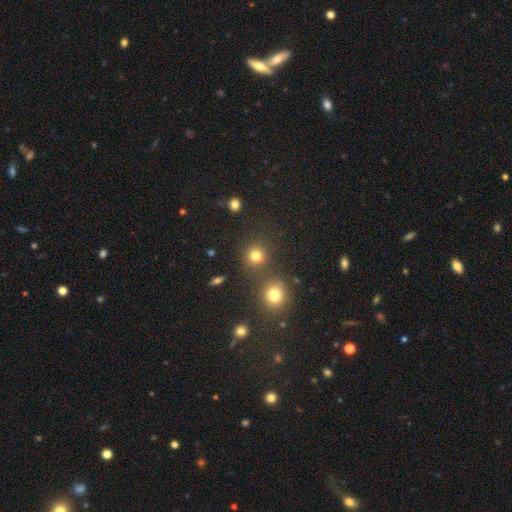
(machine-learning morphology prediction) smooth 78%, star or artifact 16%, featured or disk 6%. Down the decision tree: how rounded — round (88%); merging — none (74%).